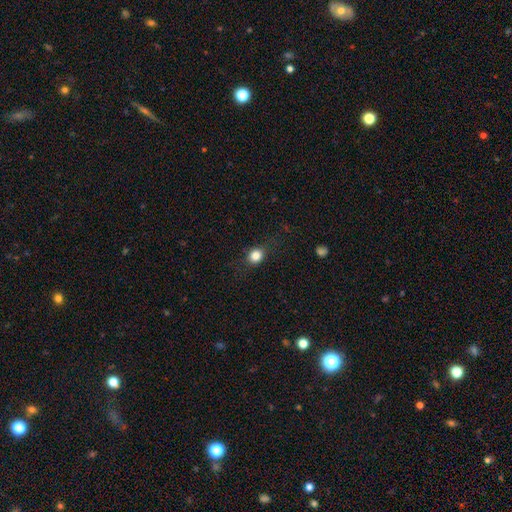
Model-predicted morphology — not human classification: Smooth or featured? Predicted: smooth (p=0.82). How rounded? Predicted: round (p=0.72). Merging? Predicted: none (p=0.81).